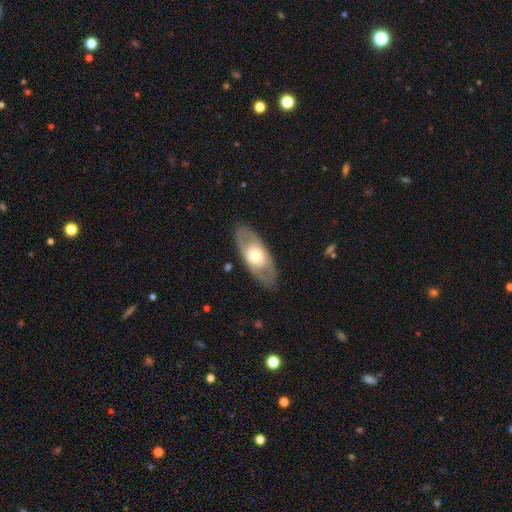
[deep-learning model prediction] A featured or disk galaxy (50%). Merging: none (83%).